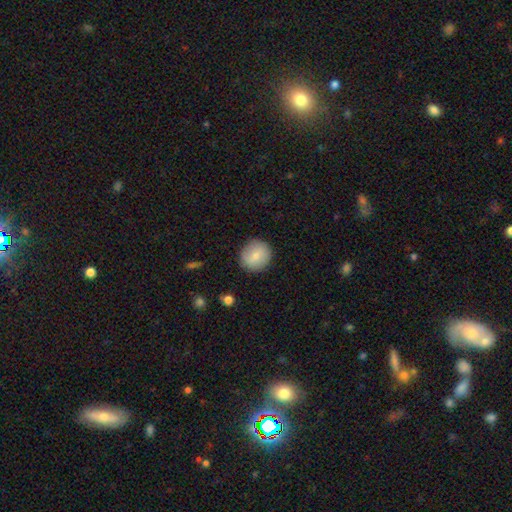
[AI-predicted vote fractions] This is likely a smooth galaxy (77%). How rounded: clearly round (88%). Merging: clearly none (88%).